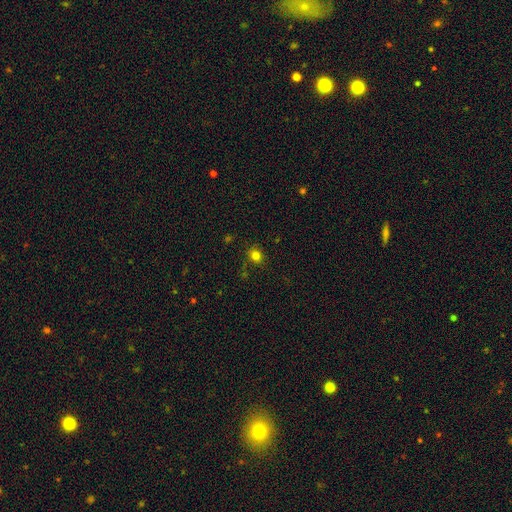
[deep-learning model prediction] This is likely a smooth galaxy (80%). How rounded: likely round (68%). Merging: clearly none (82%).